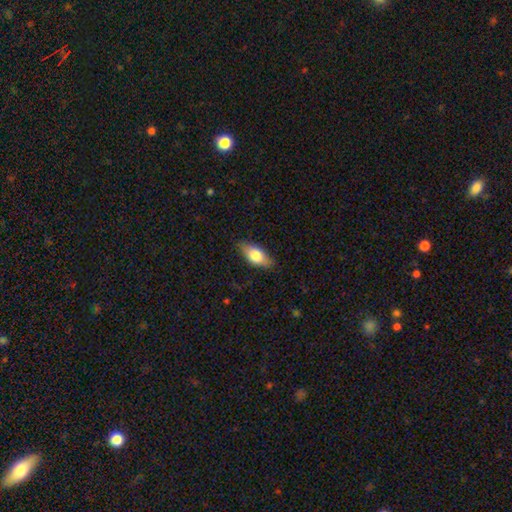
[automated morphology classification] smooth_or_featured: smooth (p=0.71) [alt: featured or disk p=0.23]
how_rounded: in between (p=0.84) [alt: cigar-shaped p=0.12]
merging: none (p=0.83) [alt: minor disturbance p=0.13]